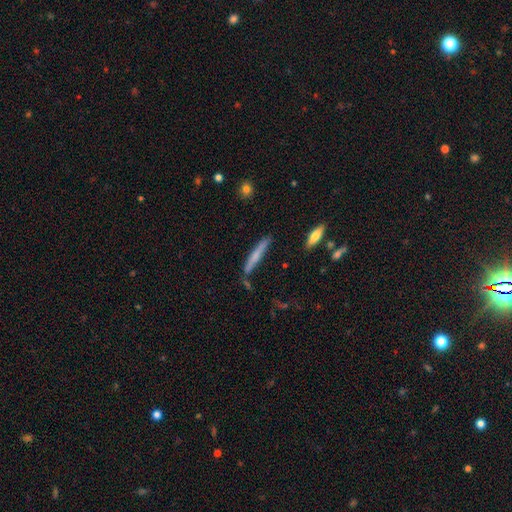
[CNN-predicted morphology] Smooth or featured? smooth (60%)
How rounded? cigar-shaped (94%)
Merging? none (79%)